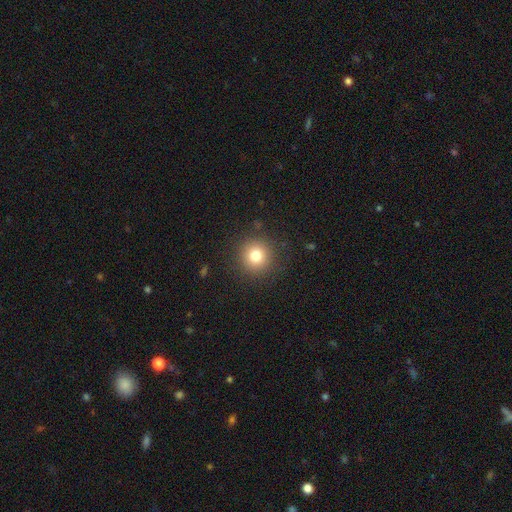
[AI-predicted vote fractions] Morphology: type=smooth (79%); roundness=round (94%); merging=none (89%).